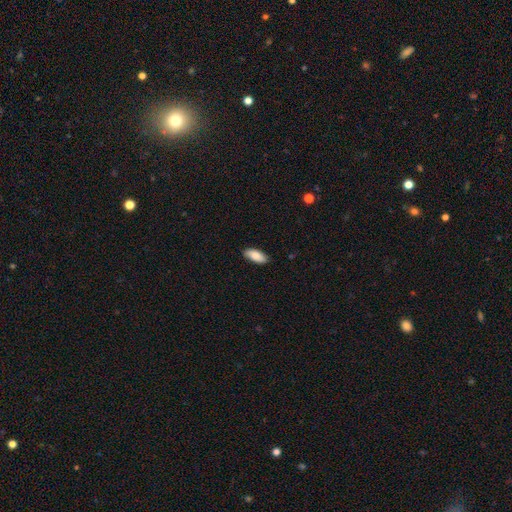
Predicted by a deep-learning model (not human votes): Smooth or featured?
  - smooth: 85% *
  - featured or disk: 9%
  - star or artifact: 6%
How rounded?
  - in between: 86% *
  - cigar-shaped: 12%
  - round: 2%
Merging?
  - none: 86% *
  - minor disturbance: 11%
  - major disturbance: 2%
  - merger: 1%